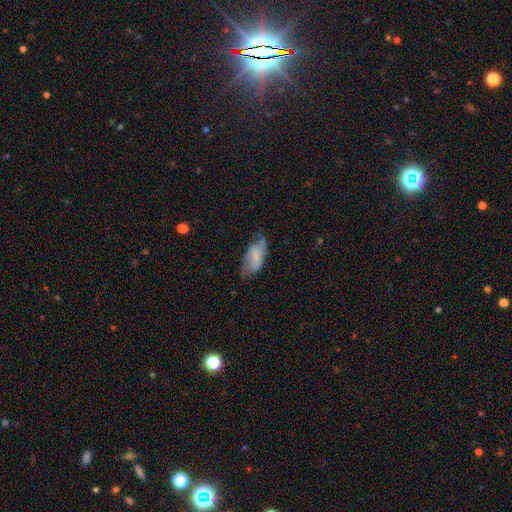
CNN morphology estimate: type=smooth (66%); roundness=in between (91%); merging=none (49%).